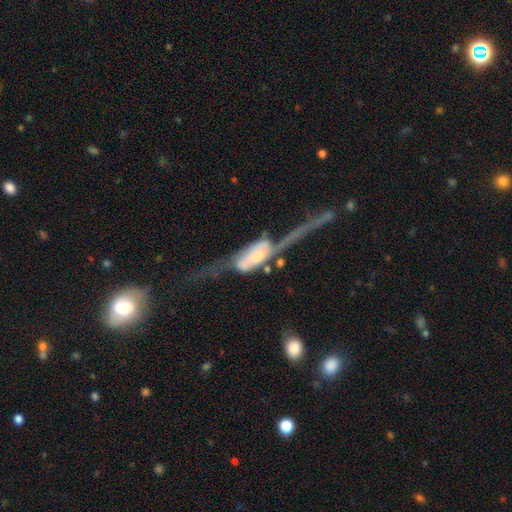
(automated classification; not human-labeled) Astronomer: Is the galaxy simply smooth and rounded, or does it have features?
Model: featured or disk — 67%.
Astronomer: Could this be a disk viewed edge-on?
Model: no — 73%.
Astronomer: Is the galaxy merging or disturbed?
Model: major disturbance — 48%.